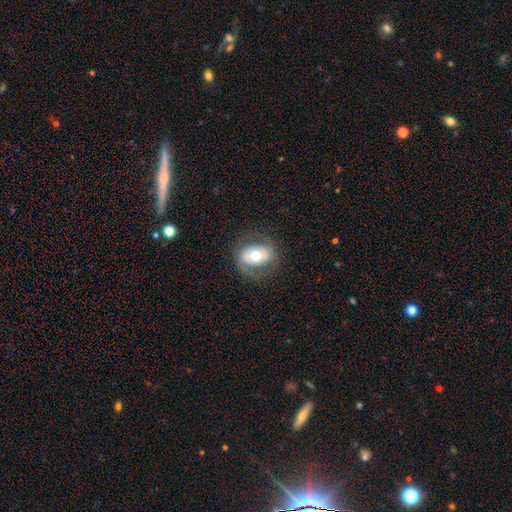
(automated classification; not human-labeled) Overall: featured or disk (52%; smooth 41%). Edge-on disk: no (93%). Merging: none (73%).